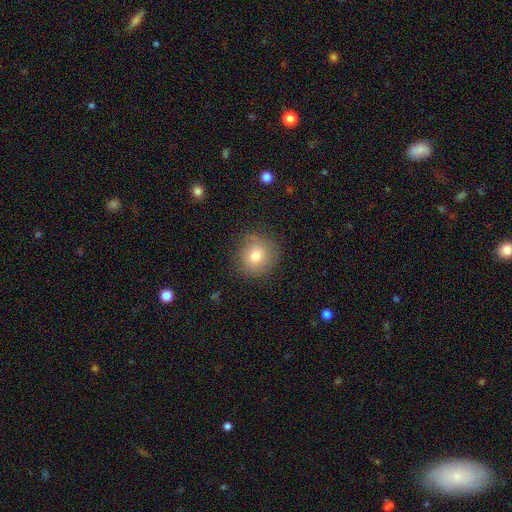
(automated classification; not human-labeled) This is likely a smooth galaxy (77%). How rounded: clearly round (90%). Merging: clearly none (80%).